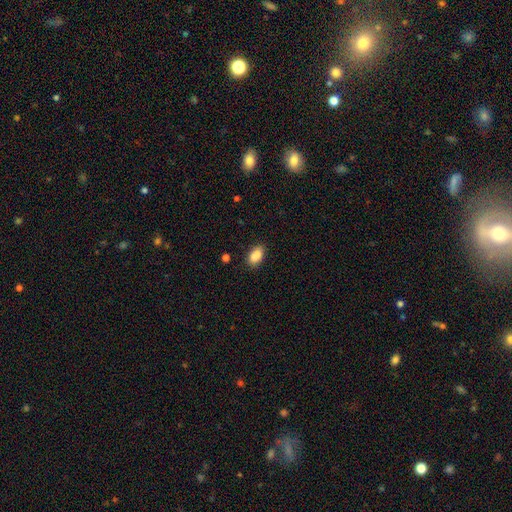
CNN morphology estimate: Smooth or featured? smooth (83%)
How rounded? in between (87%)
Merging? none (64%)